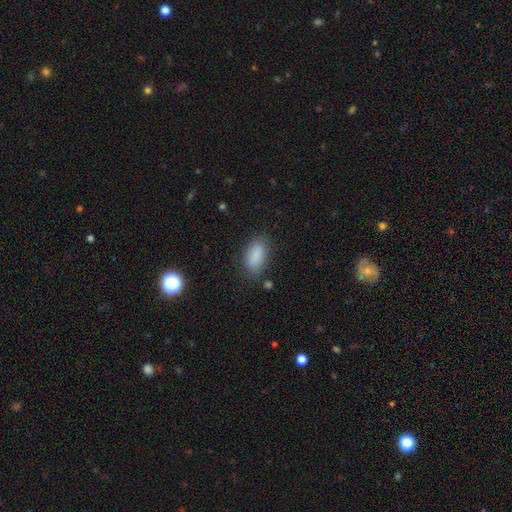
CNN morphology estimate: Q: Smooth or featured?
A: smooth (87%); runner-up: star or artifact (8%)
Q: How rounded?
A: in between (89%); runner-up: cigar-shaped (7%)
Q: Merging?
A: none (80%); runner-up: minor disturbance (14%)